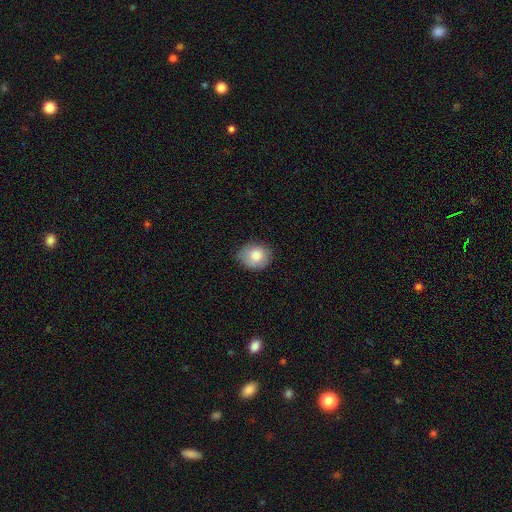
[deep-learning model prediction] This appears to be a smooth galaxy with no disk features (82%) that is round (61%). Merging: none (77%).